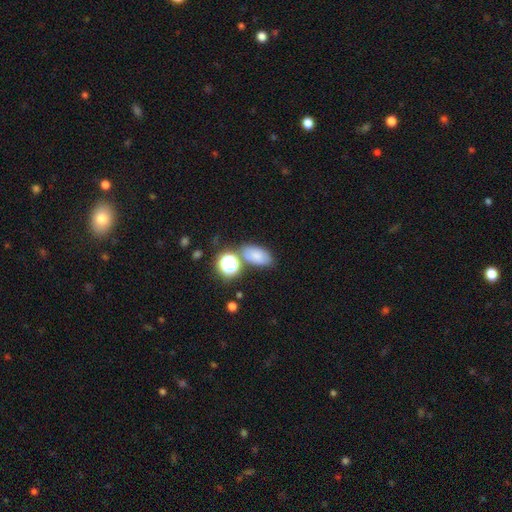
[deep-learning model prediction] Smooth or featured? Predicted: smooth (p=0.70). How rounded? Predicted: in between (p=0.84). Merging? Predicted: none (p=0.65).